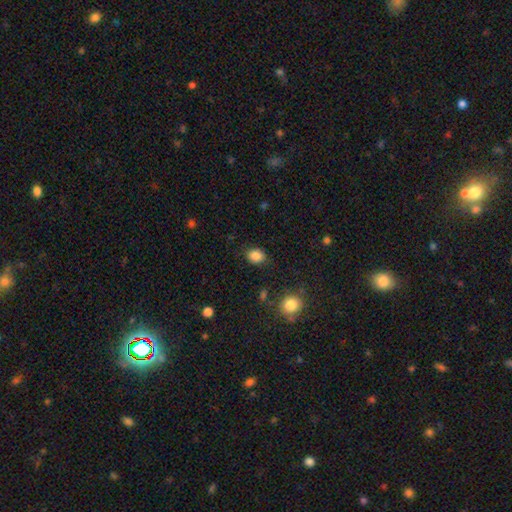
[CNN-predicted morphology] A smooth galaxy with no disk features (87%) that is round (50%, tied with in between).

Vote fractions:
- Smooth or featured? smooth: 87% / star or artifact: 10% / featured or disk: 4%
- How rounded? round: 50% (tied) / in between: 50% (tied) / cigar-shaped: 1%
- Merging? none: 83% / minor disturbance: 12% / major disturbance: 4% / merger: 2%